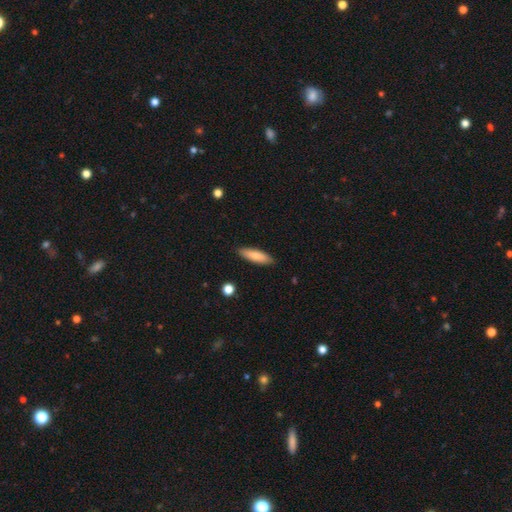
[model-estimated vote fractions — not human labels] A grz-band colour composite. It shows a smooth galaxy with no disk features (80%) that is cigar-shaped (56%). Merging: none (88%).